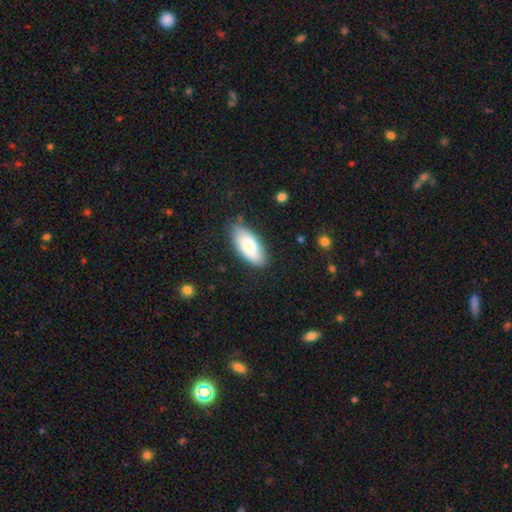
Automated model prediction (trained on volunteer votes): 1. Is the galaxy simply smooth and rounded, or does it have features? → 75% smooth, 14% featured or disk, 11% star or artifact.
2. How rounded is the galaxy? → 82% in between, 15% cigar-shaped, 3% round.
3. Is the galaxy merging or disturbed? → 86% none, 10% minor disturbance, 3% major disturbance, 1% merger.